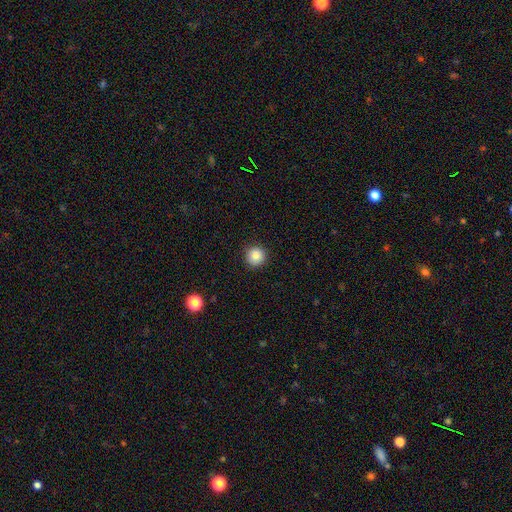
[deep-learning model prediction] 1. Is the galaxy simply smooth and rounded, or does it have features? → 85% smooth, 10% star or artifact, 5% featured or disk.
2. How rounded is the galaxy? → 95% round, 4% in between, 1% cigar-shaped.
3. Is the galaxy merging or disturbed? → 91% none, 6% minor disturbance, 2% major disturbance, 1% merger.